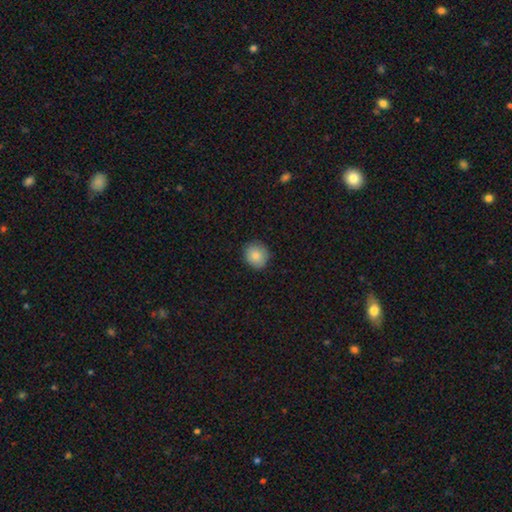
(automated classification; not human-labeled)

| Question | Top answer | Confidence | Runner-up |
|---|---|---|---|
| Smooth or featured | smooth | 85% | star or artifact (8%) |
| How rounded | round | 79% | in between (20%) |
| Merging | none | 87% | minor disturbance (10%) |